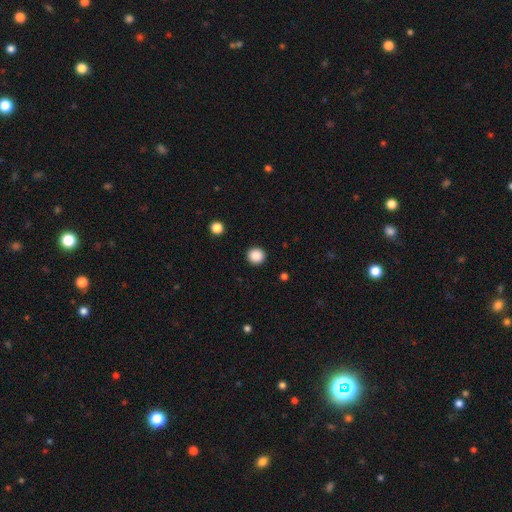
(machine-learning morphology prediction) Smooth or featured: smooth — 88% (star or artifact — 9%)
How rounded: round — 94% (in between — 5%)
Merging: none — 93% (minor disturbance — 4%)